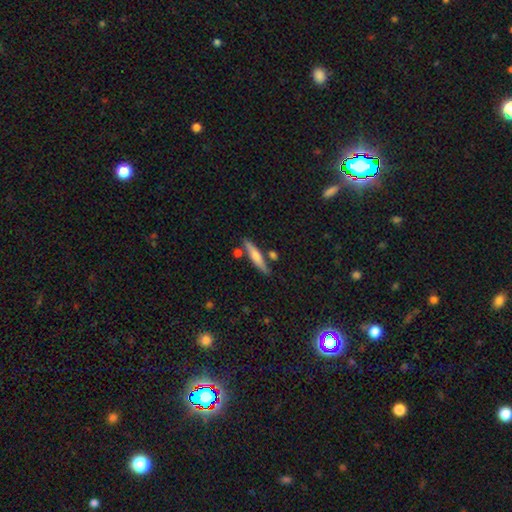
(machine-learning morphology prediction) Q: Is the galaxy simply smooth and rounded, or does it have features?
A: smooth — 60%.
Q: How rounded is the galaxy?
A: cigar-shaped — 87%.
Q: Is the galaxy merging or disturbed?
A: none — 75%.